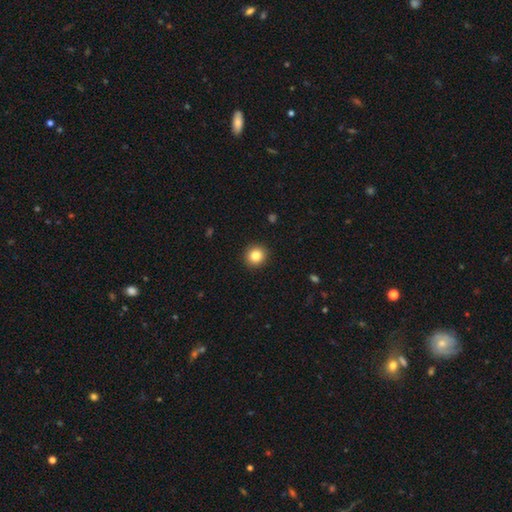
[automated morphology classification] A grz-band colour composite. It shows a smooth galaxy with no disk features (83%) that is round (92%). Merging: none (92%).